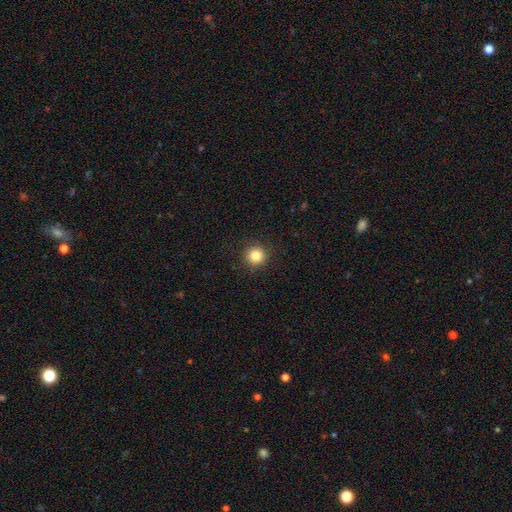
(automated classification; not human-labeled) Smooth or featured? smooth (84%)
How rounded? round (94%)
Merging? none (90%)